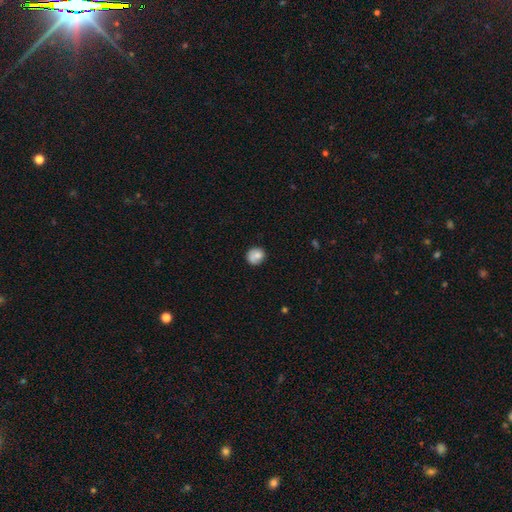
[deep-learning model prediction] A smooth galaxy with no disk features (76%) that is round (82%).

Vote fractions:
- Smooth or featured? smooth: 76% / featured or disk: 16% / star or artifact: 8%
- How rounded? round: 82% / in between: 17% / cigar-shaped: 1%
- Merging? none: 69% / minor disturbance: 21% / major disturbance: 6% / merger: 5%